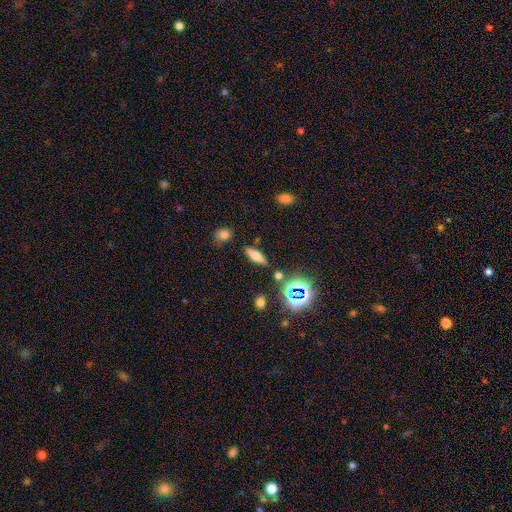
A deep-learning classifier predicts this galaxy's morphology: This appears to be a smooth galaxy with no disk features (50%) that is cigar-shaped (53%). Merging: none (83%).